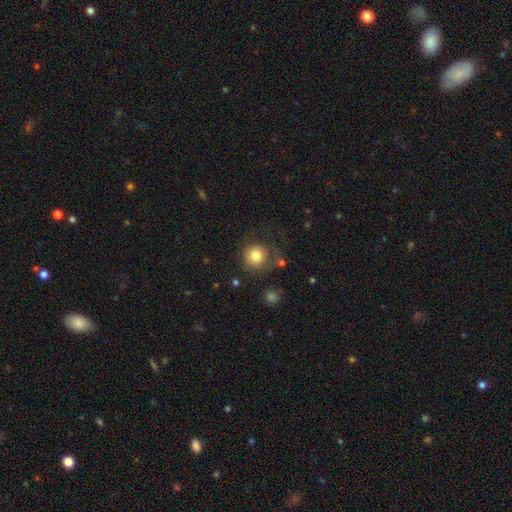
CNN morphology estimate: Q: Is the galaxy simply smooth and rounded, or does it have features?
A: smooth — 81%.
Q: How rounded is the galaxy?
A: round — 91%.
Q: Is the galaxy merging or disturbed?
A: none — 65%.